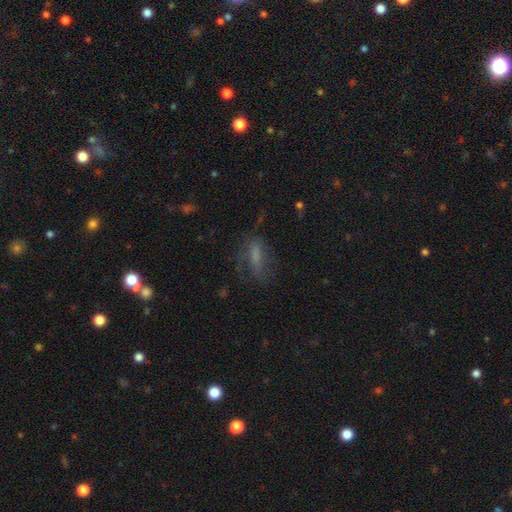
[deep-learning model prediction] Smooth or featured? Predicted: smooth (p=0.57). How rounded? Predicted: in between (p=0.57). Merging? Predicted: none (p=0.55).